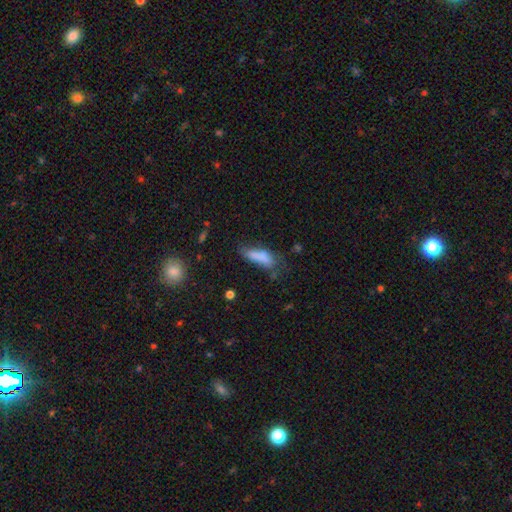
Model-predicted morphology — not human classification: smooth-or-featured: smooth: 73% | featured or disk: 16% | star or artifact: 11%
  how-rounded: in between: 50% | cigar-shaped: 48% | round: 3%
  merging: none: 40% | minor disturbance: 31% | major disturbance: 20% | merger: 10%